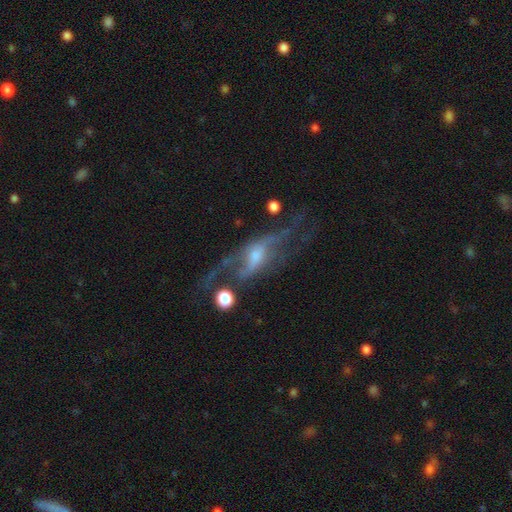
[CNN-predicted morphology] featured or disk 80%, smooth 12%, star or artifact 9%. Down the decision tree: edge-on disk — no (77%); bar — no (41%); spiral arms — yes (80%); bulge size — small (48%); merging — none (44%).